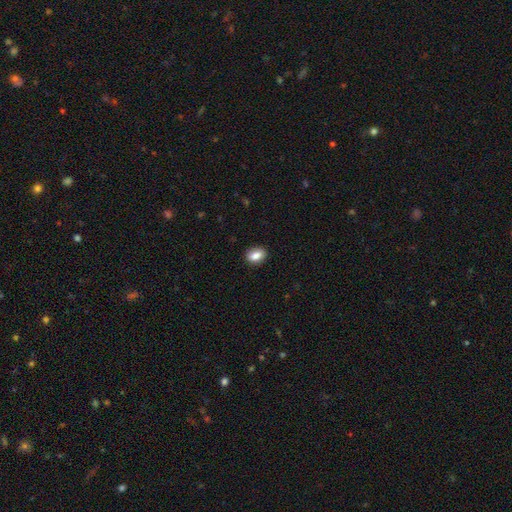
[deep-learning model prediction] Q: Smooth or featured?
A: smooth (86%); runner-up: star or artifact (8%)
Q: How rounded?
A: in between (77%); runner-up: round (21%)
Q: Merging?
A: none (89%); runner-up: minor disturbance (8%)